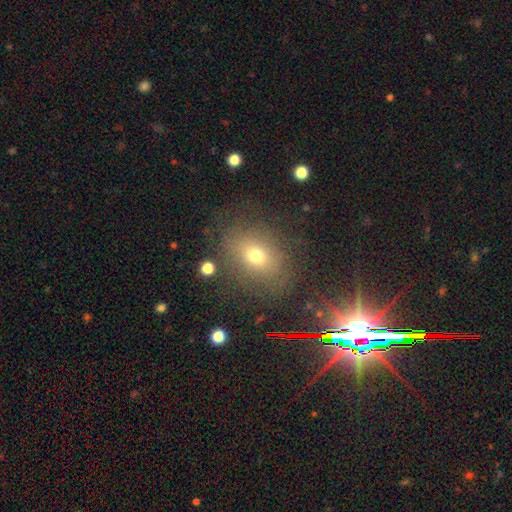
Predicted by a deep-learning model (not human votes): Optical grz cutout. It shows a smooth galaxy with no disk features (65%) that is in between round and cigar-shaped (53%). Merging: none (75%).